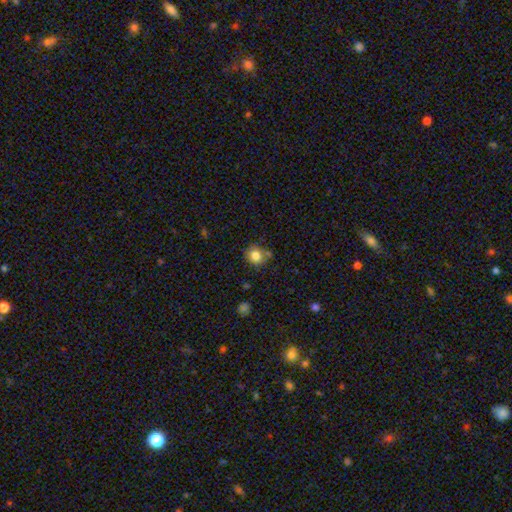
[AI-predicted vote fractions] Q: Smooth or featured?
A: smooth (82%); runner-up: star or artifact (11%)
Q: How rounded?
A: round (78%); runner-up: in between (21%)
Q: Merging?
A: none (70%); runner-up: minor disturbance (16%)